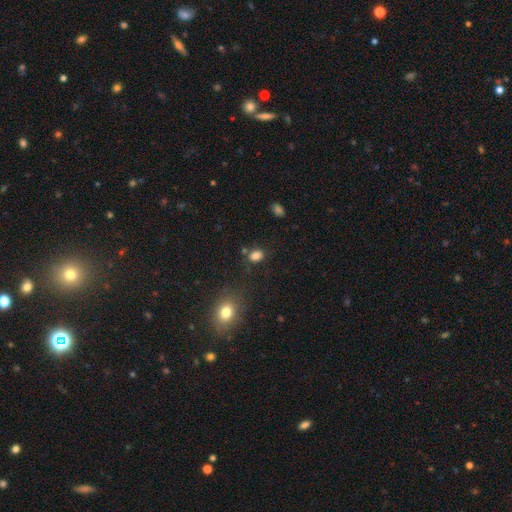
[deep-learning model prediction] A smooth galaxy with no disk features (81%) that is in between round and cigar-shaped (70%). Merging: none (71%).